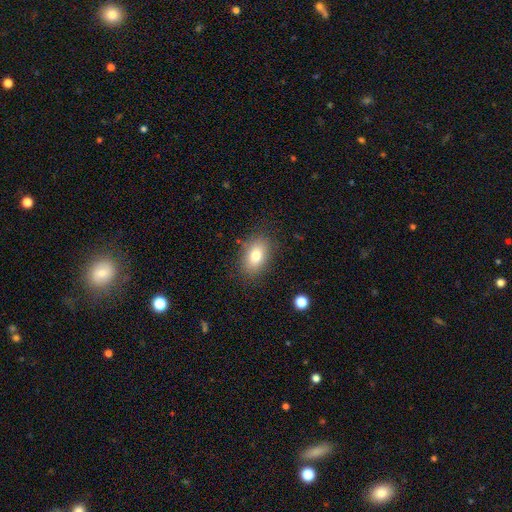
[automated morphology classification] A smooth galaxy with no disk features (77%) that is in between round and cigar-shaped (83%). Merging: none (83%).